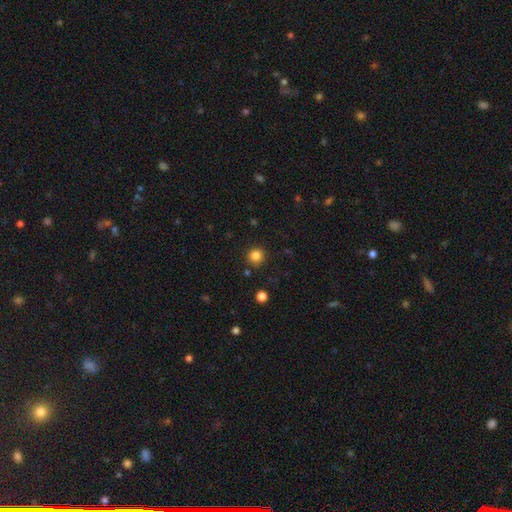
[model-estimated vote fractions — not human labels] This is clearly a smooth galaxy (84%). How rounded: clearly round (94%). Merging: clearly none (89%).